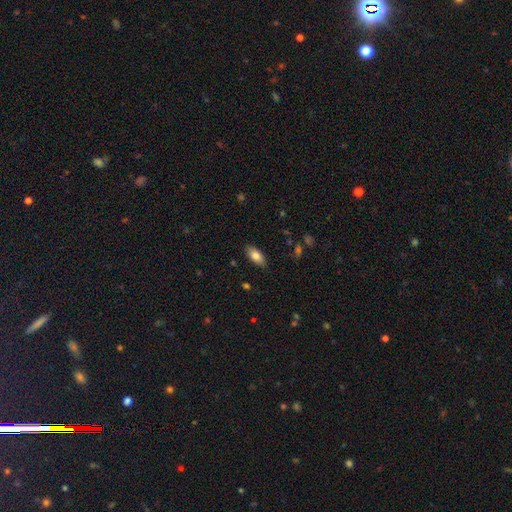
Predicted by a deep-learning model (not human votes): Morphology: type=smooth (80%); roundness=in between (88%); merging=none (86%).